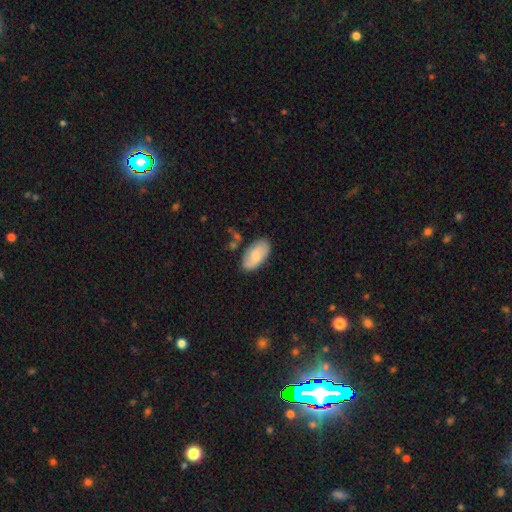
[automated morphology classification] This is likely a smooth galaxy (68%). How rounded: clearly in between (94%). Merging: likely none (75%).